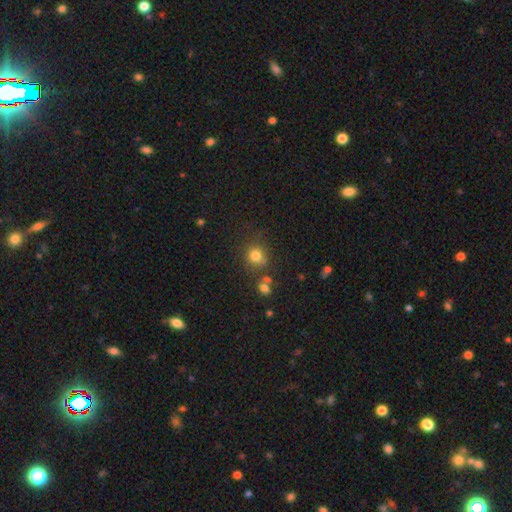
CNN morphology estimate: type=smooth (78%); roundness=round (82%); merging=none (72%).